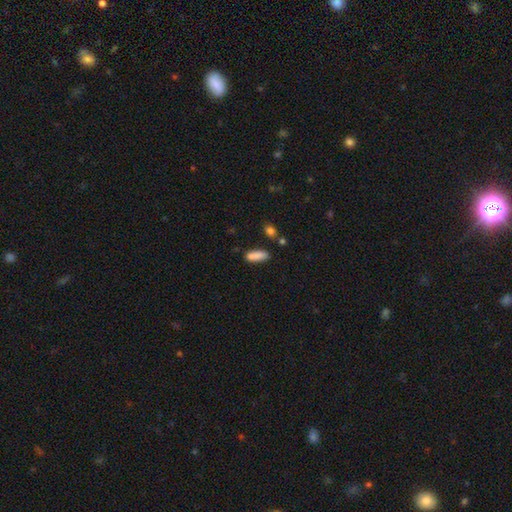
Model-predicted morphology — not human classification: Overall: smooth (86%). How rounded: in between (57%; cigar-shaped 40%). Merging: none (74%).